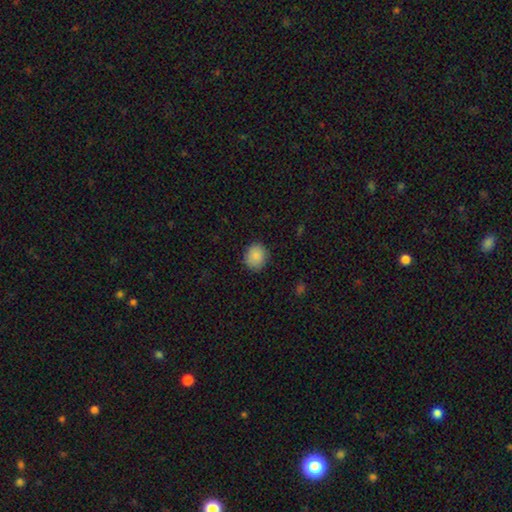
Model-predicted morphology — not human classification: Smooth or featured? smooth (87%)
How rounded? round (73%)
Merging? none (85%)